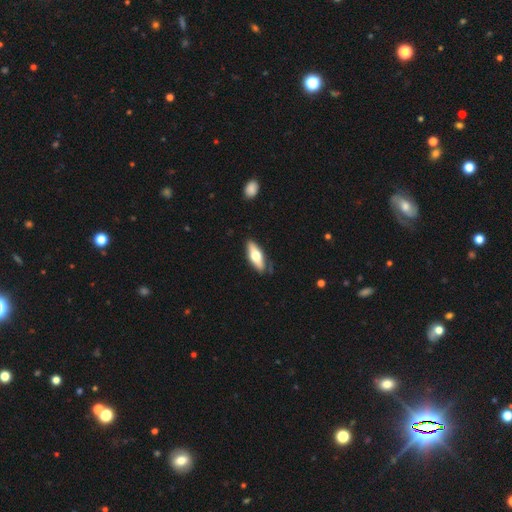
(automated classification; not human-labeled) This is possibly a smooth galaxy (53%). How rounded: likely in between (61%). Merging: clearly none (81%).